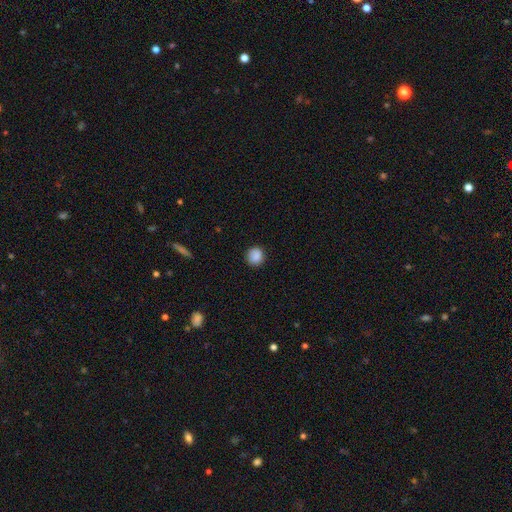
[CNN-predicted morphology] Smooth or featured?
  - smooth: 88% *
  - star or artifact: 9%
  - featured or disk: 3%
How rounded?
  - round: 89% *
  - in between: 10%
  - cigar-shaped: 1%
Merging?
  - none: 89% *
  - minor disturbance: 8%
  - major disturbance: 2%
  - merger: 1%